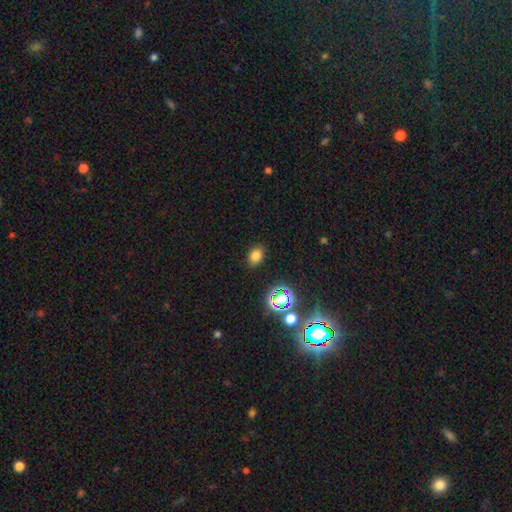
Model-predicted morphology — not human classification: type=smooth (75%); roundness=in between (66%); merging=none (86%).